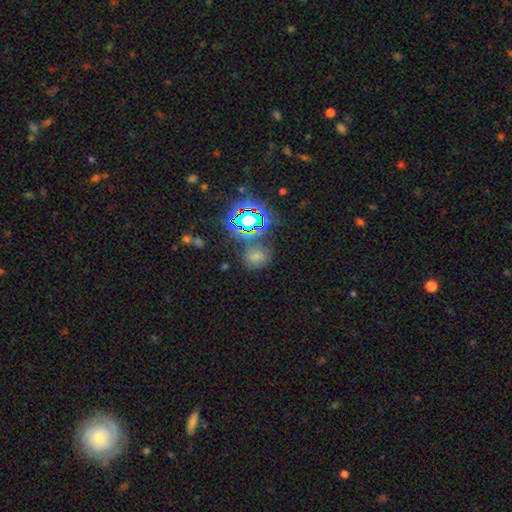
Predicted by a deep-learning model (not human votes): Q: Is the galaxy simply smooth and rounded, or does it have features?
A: smooth — 54%.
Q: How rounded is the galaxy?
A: round — 58%.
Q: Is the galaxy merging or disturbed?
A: none — 66%.